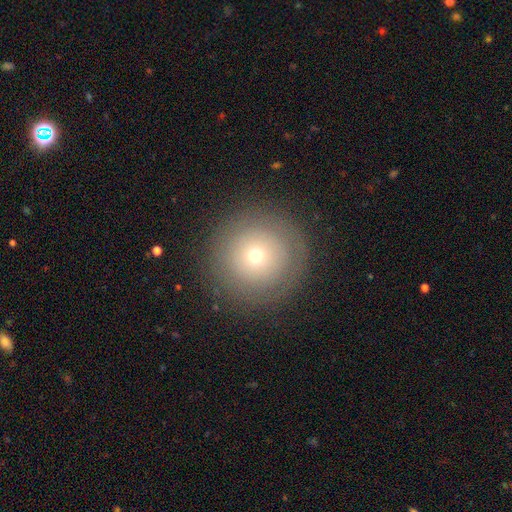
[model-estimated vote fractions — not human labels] Smooth or featured? smooth (64%)
How rounded? round (96%)
Merging? none (88%)